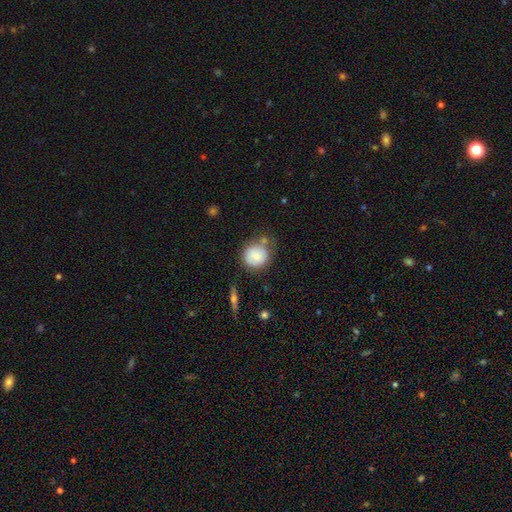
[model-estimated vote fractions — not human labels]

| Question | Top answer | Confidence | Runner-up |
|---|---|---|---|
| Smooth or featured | smooth | 78% | featured or disk (13%) |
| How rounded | round | 85% | in between (14%) |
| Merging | none | 60% | minor disturbance (21%) |